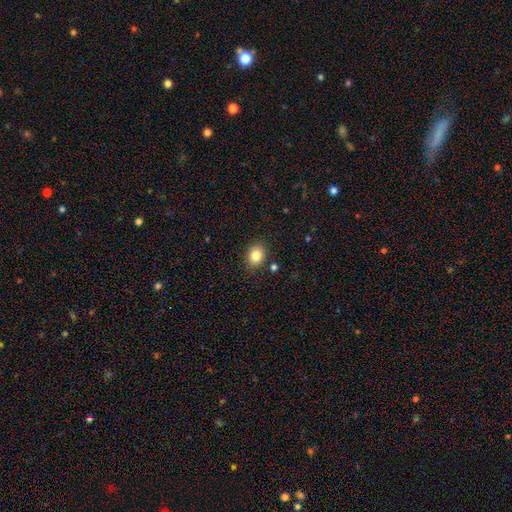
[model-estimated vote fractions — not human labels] Smooth or featured? Predicted: smooth (p=0.83). How rounded? Predicted: in between (p=0.51). Merging? Predicted: none (p=0.86).